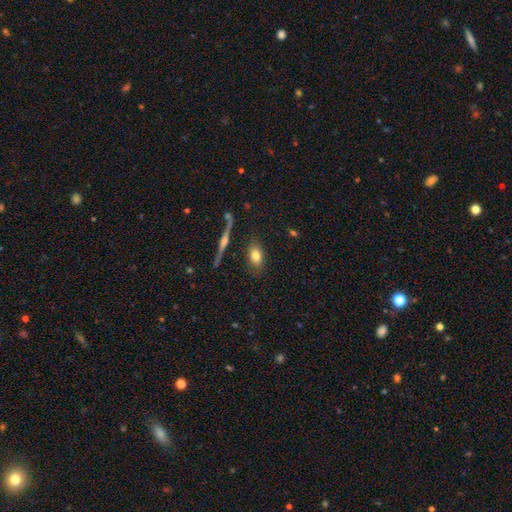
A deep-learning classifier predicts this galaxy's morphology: Q: Smooth or featured?
A: smooth (75%); runner-up: featured or disk (16%)
Q: How rounded?
A: in between (83%); runner-up: round (11%)
Q: Merging?
A: none (80%); runner-up: minor disturbance (12%)